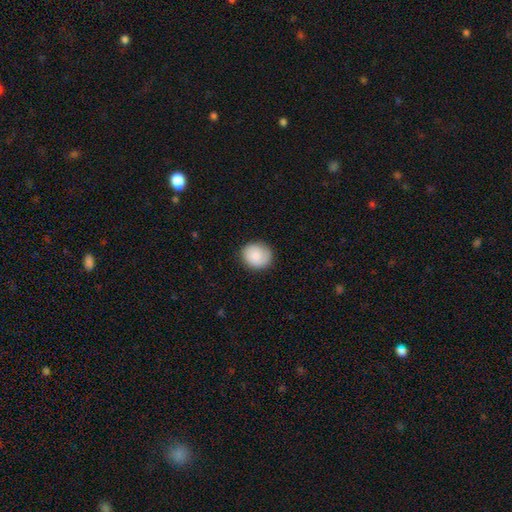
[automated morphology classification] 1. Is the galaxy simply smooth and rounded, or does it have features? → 84% smooth, 9% featured or disk, 7% star or artifact.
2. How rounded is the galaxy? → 80% round, 19% in between, 1% cigar-shaped.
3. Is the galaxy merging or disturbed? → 85% none, 11% minor disturbance, 3% major disturbance, 1% merger.